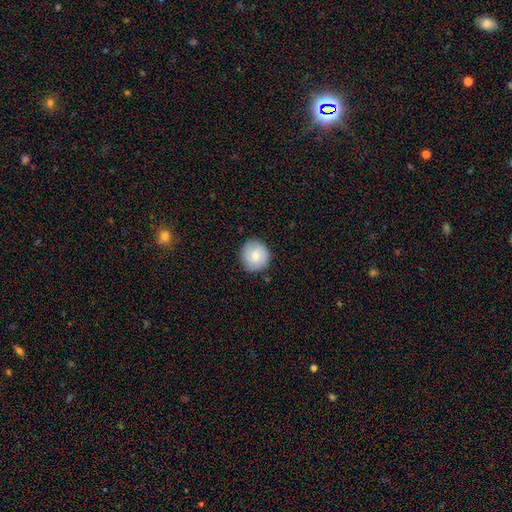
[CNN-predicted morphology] Q: Smooth or featured?
A: smooth (76%); runner-up: featured or disk (17%)
Q: How rounded?
A: round (93%); runner-up: in between (6%)
Q: Merging?
A: none (84%); runner-up: minor disturbance (12%)